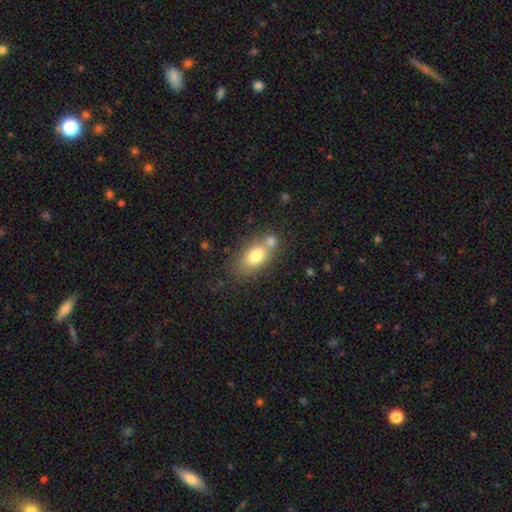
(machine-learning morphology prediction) A smooth galaxy with no disk features (76%) that is in between round and cigar-shaped (83%).

Vote fractions:
- Smooth or featured? smooth: 76% / featured or disk: 15% / star or artifact: 9%
- How rounded? in between: 83% / round: 13% / cigar-shaped: 4%
- Merging? none: 48% / merger: 35% / minor disturbance: 13% / major disturbance: 5%